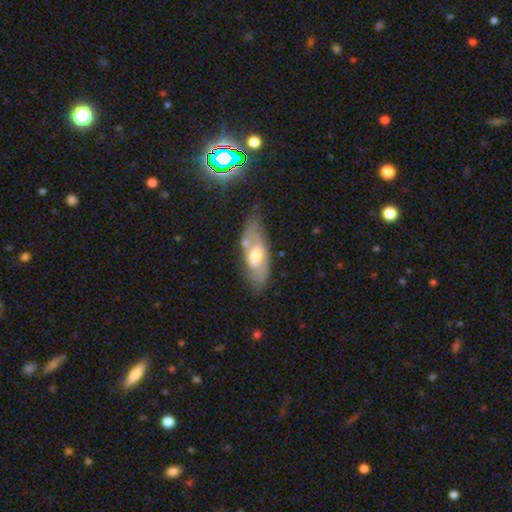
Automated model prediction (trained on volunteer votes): This is likely a featured or disk galaxy (61%). It is clearly not viewed edge-on (81%). Merging: likely none (65%).